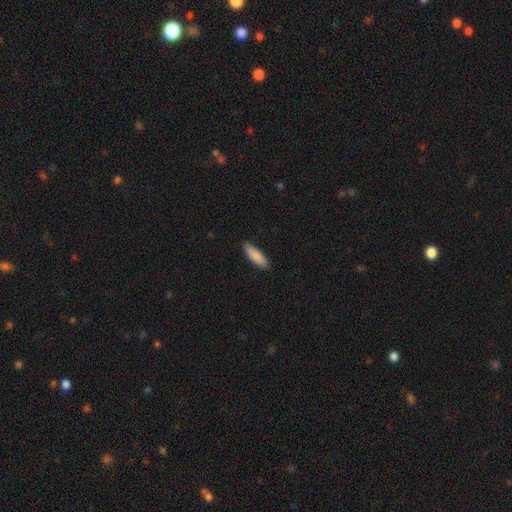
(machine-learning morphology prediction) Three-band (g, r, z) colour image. It shows a smooth galaxy with no disk features (88%) that is cigar-shaped (55%). Merging: none (88%).